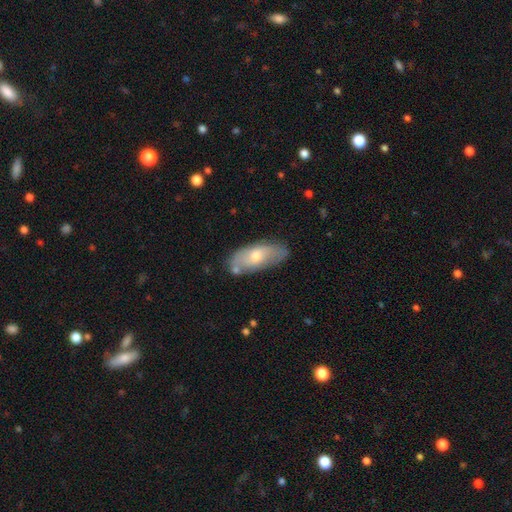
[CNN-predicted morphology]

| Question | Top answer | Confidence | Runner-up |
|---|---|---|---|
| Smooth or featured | smooth | 54% | featured or disk (40%) |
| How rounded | in between | 82% | cigar-shaped (15%) |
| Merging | none | 72% | minor disturbance (19%) |